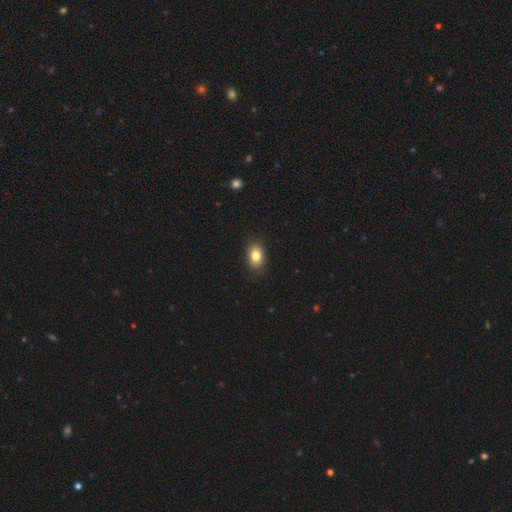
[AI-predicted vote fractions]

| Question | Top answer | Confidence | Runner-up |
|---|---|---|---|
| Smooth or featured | smooth | 83% | star or artifact (9%) |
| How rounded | in between | 80% | round (19%) |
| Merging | none | 88% | minor disturbance (9%) |